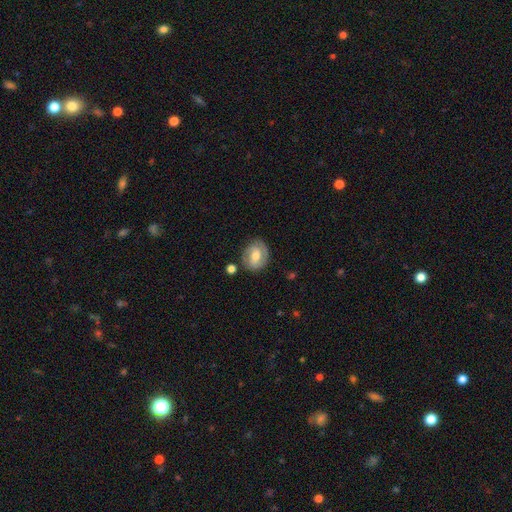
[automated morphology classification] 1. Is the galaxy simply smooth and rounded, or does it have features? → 61% featured or disk, 32% smooth, 7% star or artifact.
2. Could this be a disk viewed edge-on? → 96% no, 4% yes.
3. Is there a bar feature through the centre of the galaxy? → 47% weak, 35% no, 18% strong.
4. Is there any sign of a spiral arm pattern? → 81% yes, 19% no.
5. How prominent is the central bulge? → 66% moderate, 26% small, 5% large, 2% none, 1% dominant.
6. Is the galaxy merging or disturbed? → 76% none, 16% minor disturbance, 5% major disturbance, 4% merger.